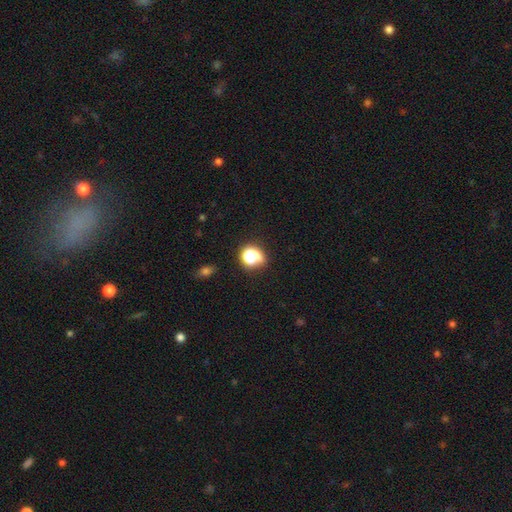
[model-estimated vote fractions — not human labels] This appears to be a smooth galaxy with no disk features (69%) that is round (67%). Merging: none (46%).